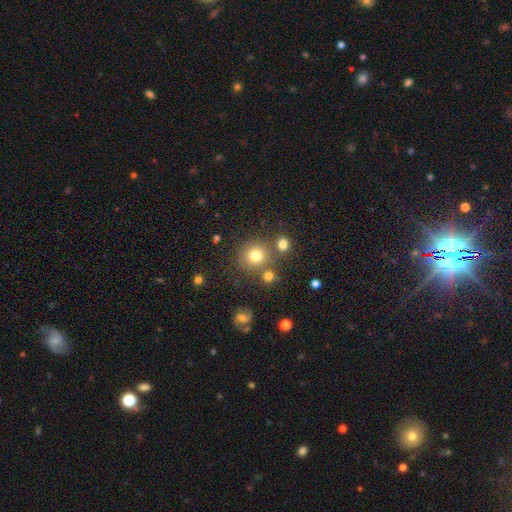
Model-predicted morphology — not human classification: This is likely a smooth galaxy (77%). How rounded: clearly round (91%). Merging: likely none (76%).